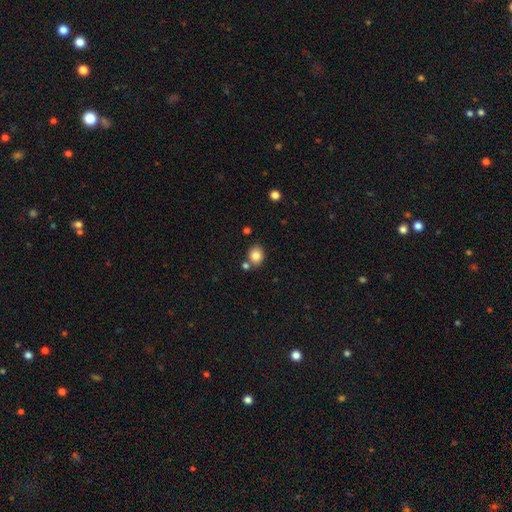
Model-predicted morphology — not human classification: Smooth or featured: smooth — 83% (star or artifact — 10%)
How rounded: round — 62% (in between — 37%)
Merging: none — 72% (merger — 14%)